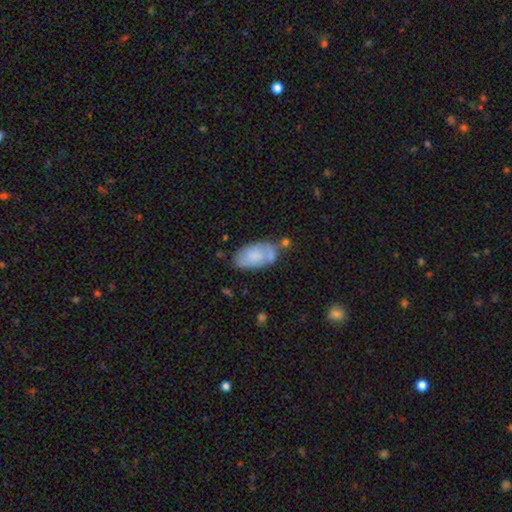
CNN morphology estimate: This appears to be a smooth galaxy with no disk features (65%) that is in between round and cigar-shaped (94%). Merging: none (53%).